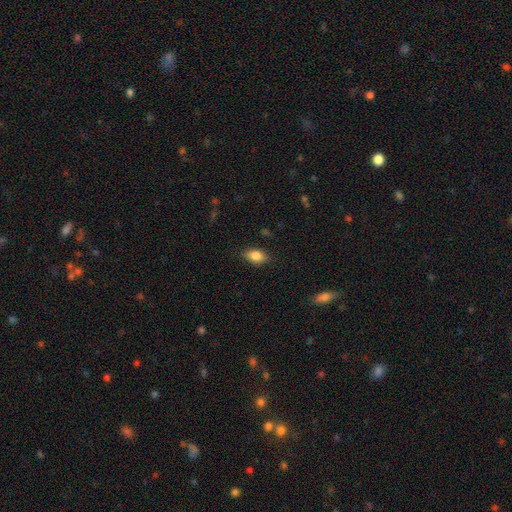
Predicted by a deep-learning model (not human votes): Overall: smooth (82%). How rounded: in between (85%). Merging: none (81%).